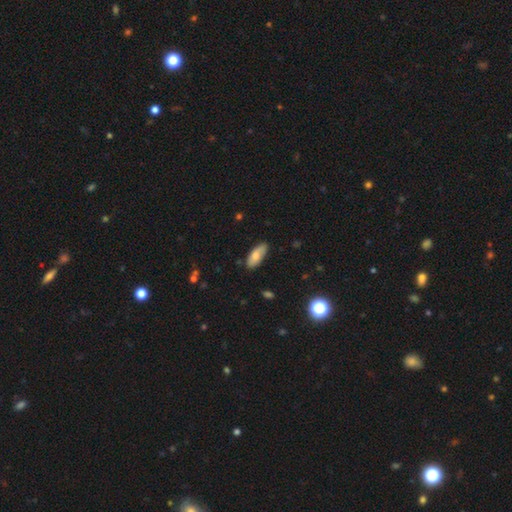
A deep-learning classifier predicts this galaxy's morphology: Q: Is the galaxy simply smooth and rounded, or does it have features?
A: smooth — 72%.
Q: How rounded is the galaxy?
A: in between — 83%.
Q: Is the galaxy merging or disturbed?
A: none — 80%.